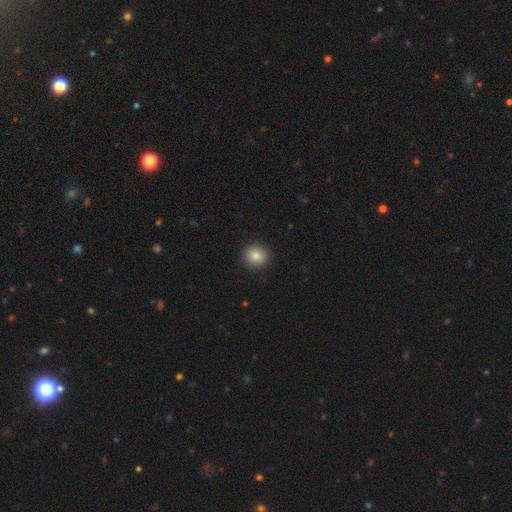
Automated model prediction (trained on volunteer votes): smooth-or-featured: smooth: 85% | star or artifact: 10% | featured or disk: 5%
  how-rounded: round: 90% | in between: 9% | cigar-shaped: 1%
  merging: none: 92% | minor disturbance: 5% | major disturbance: 2% | merger: 1%